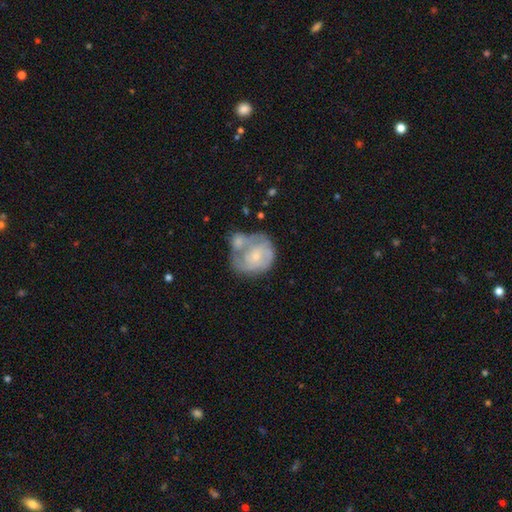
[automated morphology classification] The model was most divided on "merging": merger: 46%, none: 26%, minor disturbance: 15%, major disturbance: 12%. More confident: edge-on disk — no (98%); spiral arms — yes (72%); bar — no (72%); smooth or featured — featured or disk (61%); bulge size — small (56%).